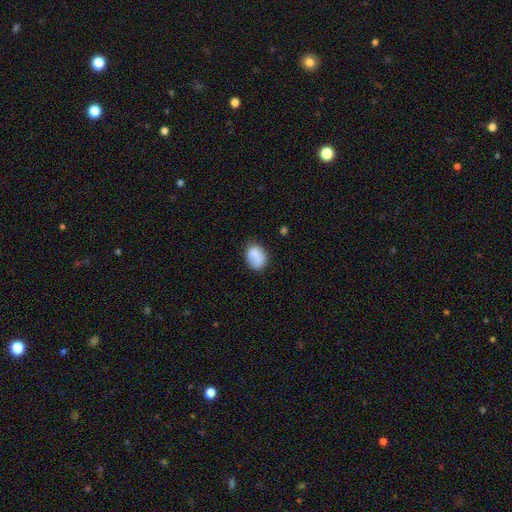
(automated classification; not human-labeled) Q: Smooth or featured?
A: smooth (82%); runner-up: featured or disk (10%)
Q: How rounded?
A: in between (62%); runner-up: round (37%)
Q: Merging?
A: none (67%); runner-up: minor disturbance (21%)